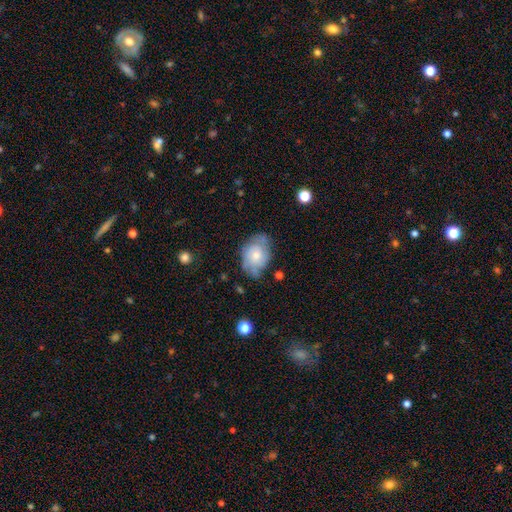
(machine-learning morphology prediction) Overall: featured or disk (46%, tied with smooth). Merging: none (57%; minor disturbance 30%).